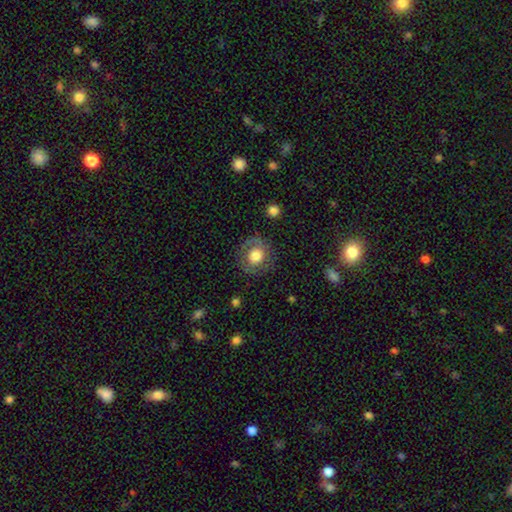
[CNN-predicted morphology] A smooth galaxy with no disk features (61%) that is round (87%).

Vote fractions:
- Smooth or featured? smooth: 61% / featured or disk: 31% / star or artifact: 8%
- How rounded? round: 87% / in between: 12% / cigar-shaped: 1%
- Merging? none: 78% / minor disturbance: 13% / major disturbance: 7% / merger: 1%